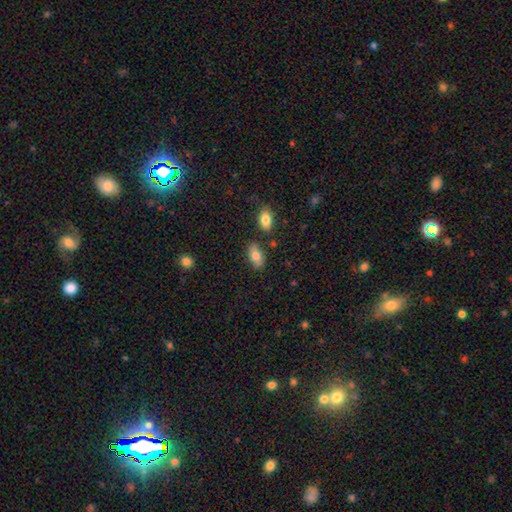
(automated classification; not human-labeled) Smooth or featured?
  - smooth: 76% *
  - featured or disk: 16%
  - star or artifact: 7%
How rounded?
  - in between: 89% *
  - cigar-shaped: 6%
  - round: 5%
Merging?
  - none: 80% *
  - minor disturbance: 12%
  - merger: 6%
  - major disturbance: 3%